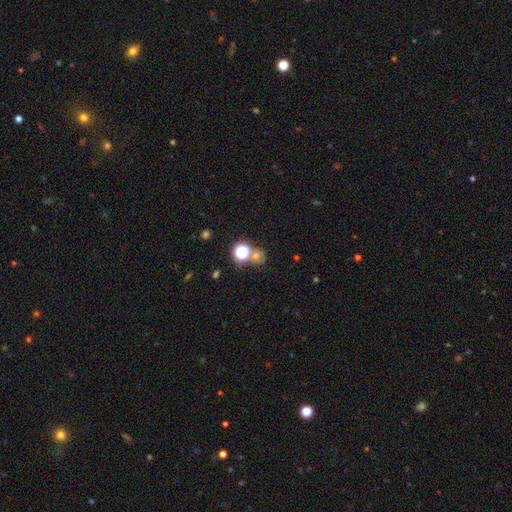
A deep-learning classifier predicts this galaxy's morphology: smooth 45% (tied), star or artifact 45% (tied), featured or disk 10%. Down the decision tree: merging — none (62%).